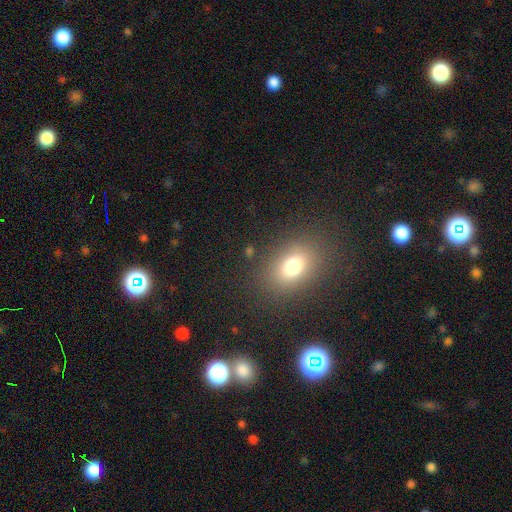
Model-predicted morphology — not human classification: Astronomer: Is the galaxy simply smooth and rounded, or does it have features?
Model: smooth — 69%.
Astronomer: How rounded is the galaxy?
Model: in between — 63%.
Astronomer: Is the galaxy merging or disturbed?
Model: none — 86%.